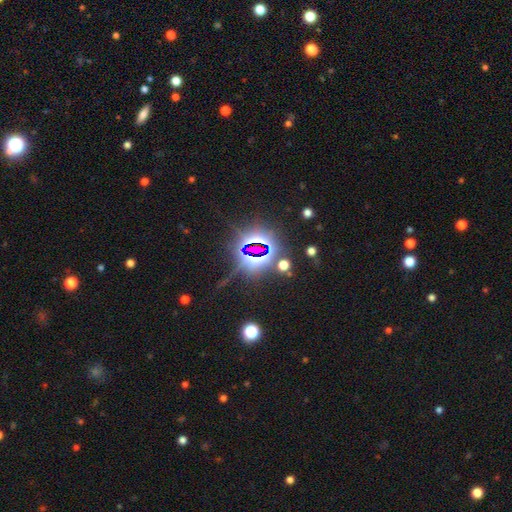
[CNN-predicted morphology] star or artifact 83%, smooth 9%, featured or disk 8%.